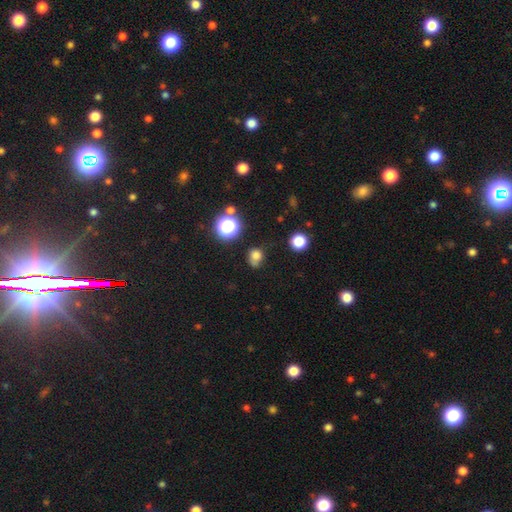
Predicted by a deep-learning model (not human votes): This is likely a smooth galaxy (74%). How rounded: likely round (67%). Merging: possibly none (55%).